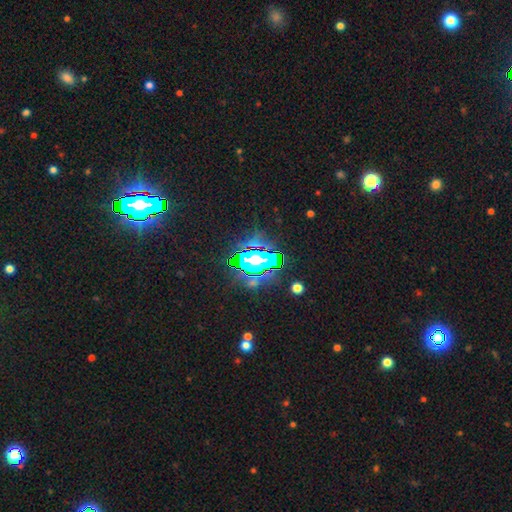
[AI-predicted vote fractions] This is likely a star or artifact rather than a galaxy (62%).